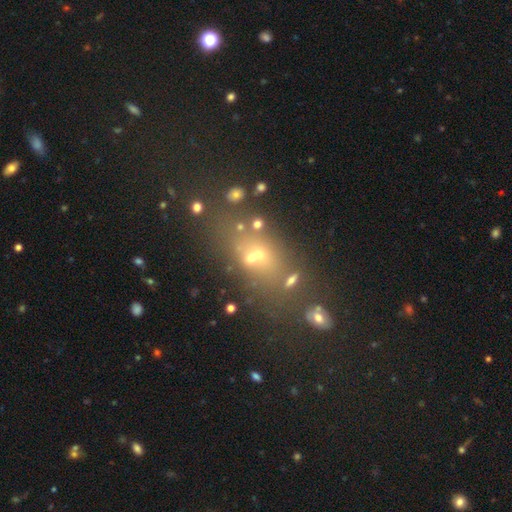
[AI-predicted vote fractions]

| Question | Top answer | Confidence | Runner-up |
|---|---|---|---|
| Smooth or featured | smooth | 43% | featured or disk (29%) |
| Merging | none | 46% | merger (29%) |